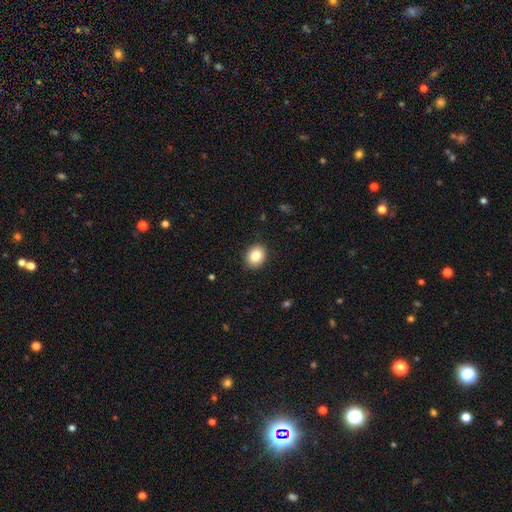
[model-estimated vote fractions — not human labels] Overall: smooth (84%). How rounded: round (57%; in between 42%). Merging: none (89%).